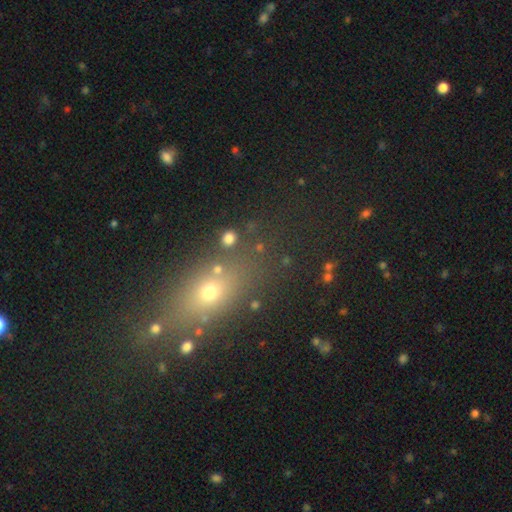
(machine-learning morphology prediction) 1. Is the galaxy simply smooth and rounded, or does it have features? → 51% smooth, 31% star or artifact, 18% featured or disk.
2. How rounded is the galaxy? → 52% in between, 26% round, 22% cigar-shaped.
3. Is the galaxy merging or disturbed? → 77% none, 11% minor disturbance, 6% merger, 6% major disturbance.